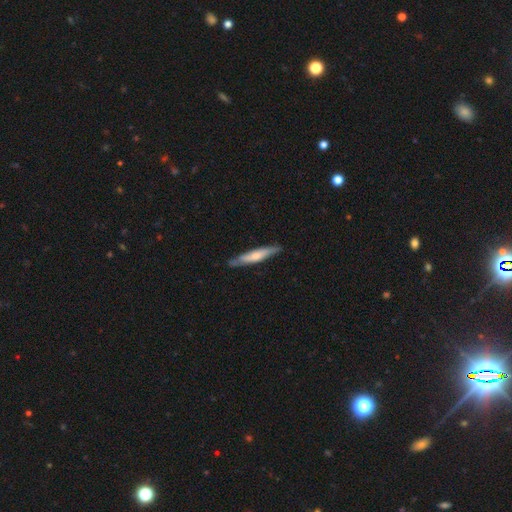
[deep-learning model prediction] smooth 56%, featured or disk 39%, star or artifact 5%. Down the decision tree: how rounded — cigar-shaped (88%); merging — none (81%).